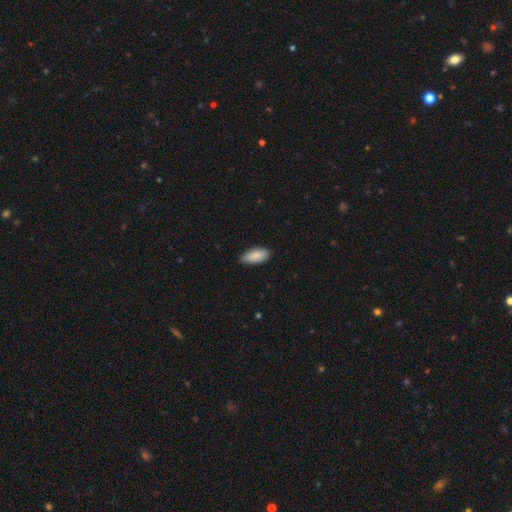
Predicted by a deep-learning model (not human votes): A smooth galaxy with no disk features (86%) that is in between round and cigar-shaped (90%).

Vote fractions:
- Smooth or featured? smooth: 86% / featured or disk: 8% / star or artifact: 6%
- How rounded? in between: 90% / cigar-shaped: 8% / round: 2%
- Merging? none: 68% / minor disturbance: 28% / major disturbance: 3% / merger: 1%